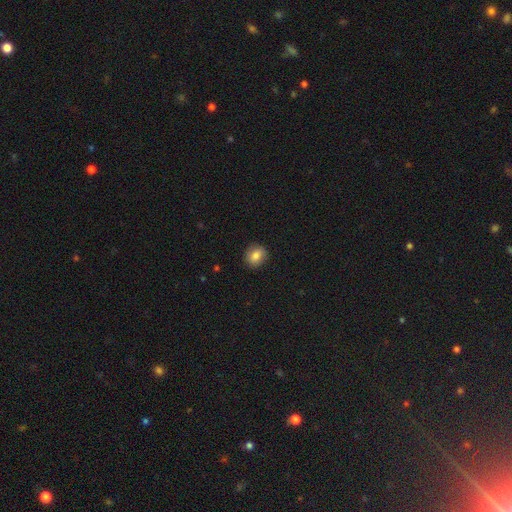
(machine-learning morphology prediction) This is clearly a smooth galaxy (82%). How rounded: likely round (74%). Merging: clearly none (88%).